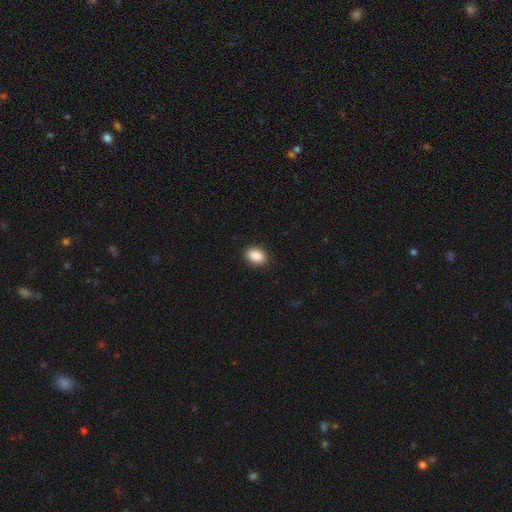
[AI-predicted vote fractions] This is clearly a smooth galaxy (89%). How rounded: clearly in between (81%). Merging: clearly none (89%).